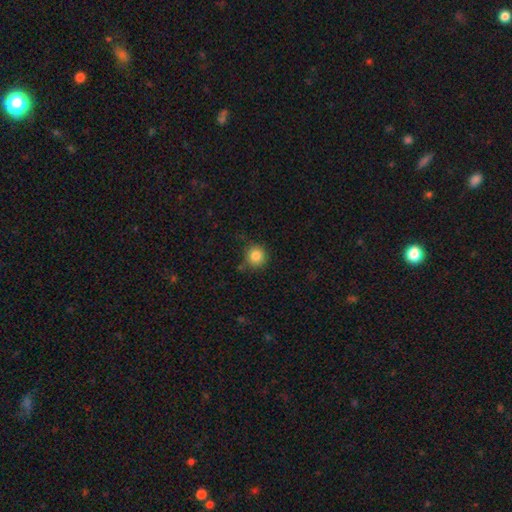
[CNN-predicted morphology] Smooth or featured? Predicted: smooth (p=0.85). How rounded? Predicted: round (p=0.93). Merging? Predicted: none (p=0.80).